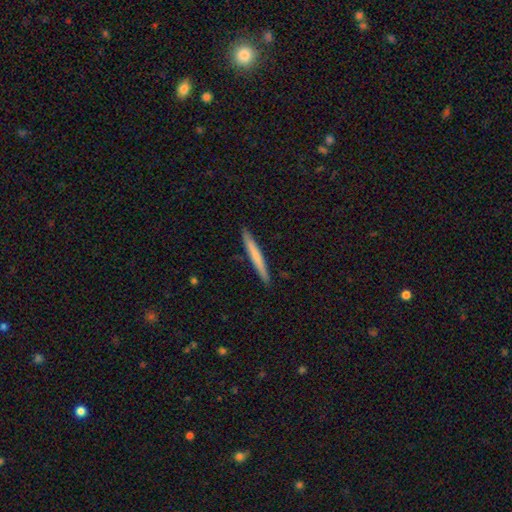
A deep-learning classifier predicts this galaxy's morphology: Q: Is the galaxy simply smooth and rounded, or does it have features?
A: smooth — 63%.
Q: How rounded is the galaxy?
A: cigar-shaped — 97%.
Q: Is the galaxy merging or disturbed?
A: none — 91%.